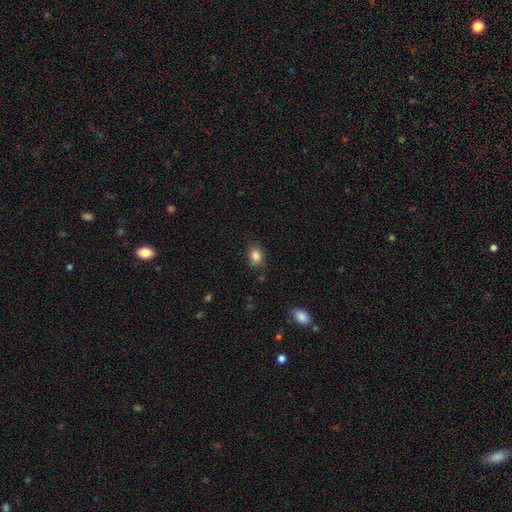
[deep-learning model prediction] smooth_or_featured: smooth (p=0.85) [alt: star or artifact p=0.10]
how_rounded: in between (p=0.71) [alt: round p=0.28]
merging: none (p=0.81) [alt: minor disturbance p=0.14]